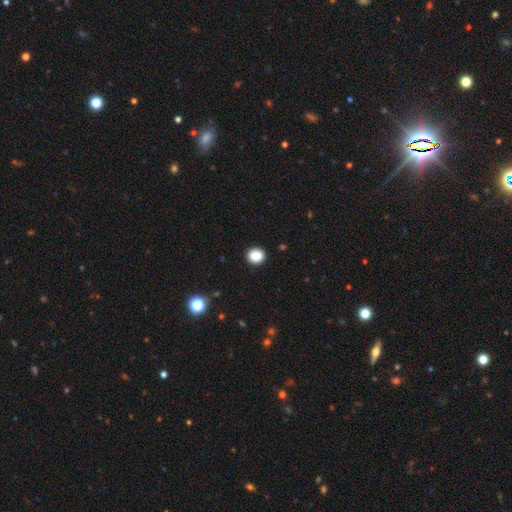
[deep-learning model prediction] smooth-or-featured: smooth: 87% | star or artifact: 10% | featured or disk: 3%
  how-rounded: round: 79% | in between: 20% | cigar-shaped: 1%
  merging: none: 91% | minor disturbance: 6% | major disturbance: 2% | merger: 1%